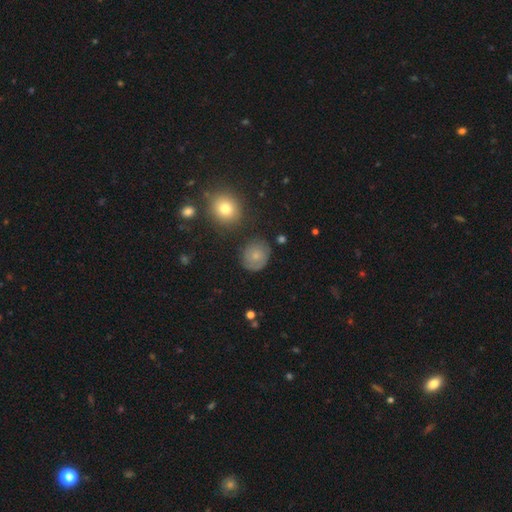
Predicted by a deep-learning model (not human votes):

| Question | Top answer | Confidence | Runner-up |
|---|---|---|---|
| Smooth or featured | smooth | 63% | featured or disk (27%) |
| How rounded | round | 79% | in between (20%) |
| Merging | none | 74% | minor disturbance (17%) |